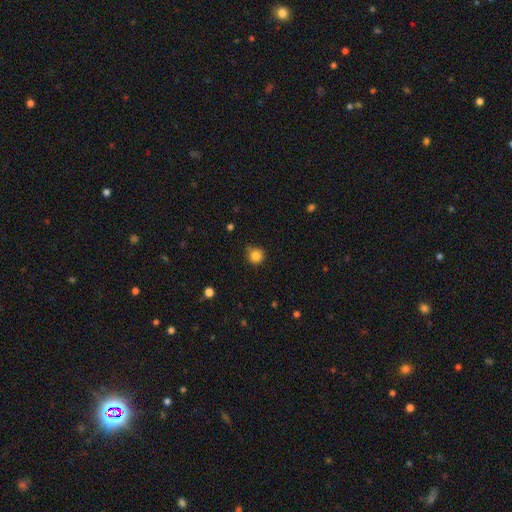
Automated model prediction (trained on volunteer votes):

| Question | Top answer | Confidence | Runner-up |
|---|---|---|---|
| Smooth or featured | smooth | 84% | star or artifact (12%) |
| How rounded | round | 91% | in between (8%) |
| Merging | none | 72% | minor disturbance (21%) |